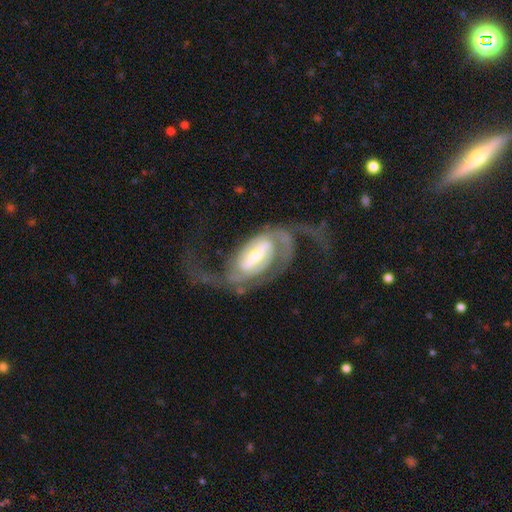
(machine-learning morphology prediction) Smooth or featured?
  - featured or disk: 87% *
  - smooth: 8%
  - star or artifact: 4%
Edge-on disk?
  - no: 94% *
  - yes: 6%
Bar?
  - strong: 58% *
  - weak: 30%
  - no: 12%
Spiral arms?
  - yes: 92% *
  - no: 8%
Spiral winding?
  - medium: 41% *
  - loose: 33%
  - tight: 26%
Spiral arm count?
  - 2: 78% *
  - 1: 8%
  - can't tell: 7%
  - 3: 3%
  - 4: 2%
  - more than 4: 2%
Bulge size?
  - small: 45% *
  - moderate: 43%
  - large: 8%
  - none: 2%
  - dominant: 2%
Merging?
  - major disturbance: 41% * (tied)
  - none: 41% * (tied)
  - minor disturbance: 15%
  - merger: 3%